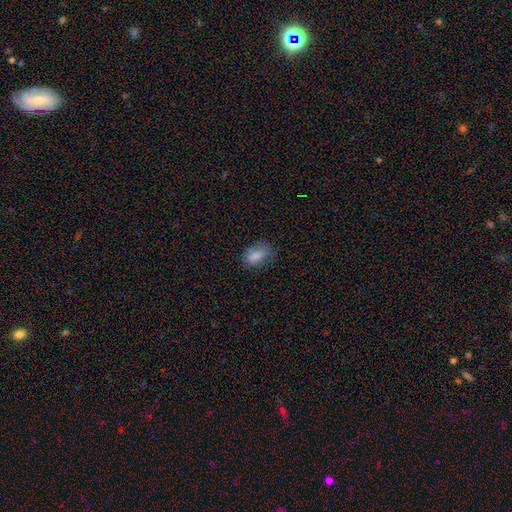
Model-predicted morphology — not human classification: This is clearly a smooth galaxy (81%). How rounded: clearly in between (86%). Merging: likely none (64%).